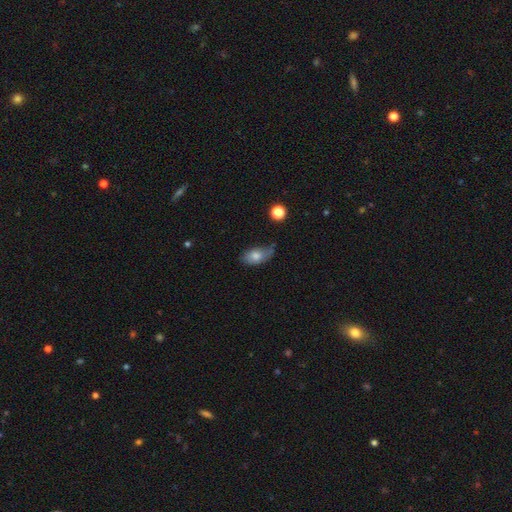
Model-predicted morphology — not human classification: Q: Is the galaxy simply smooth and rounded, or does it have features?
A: smooth — 74%.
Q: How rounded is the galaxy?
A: in between — 89%.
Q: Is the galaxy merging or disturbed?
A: none — 46%.